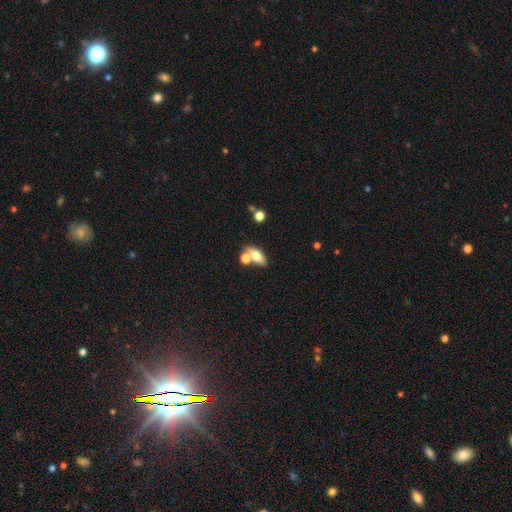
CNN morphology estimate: The model was most divided on "merging": none: 53%, merger: 30%, minor disturbance: 12%, major disturbance: 5%. More confident: how rounded — in between (72%); smooth or featured — smooth (64%).